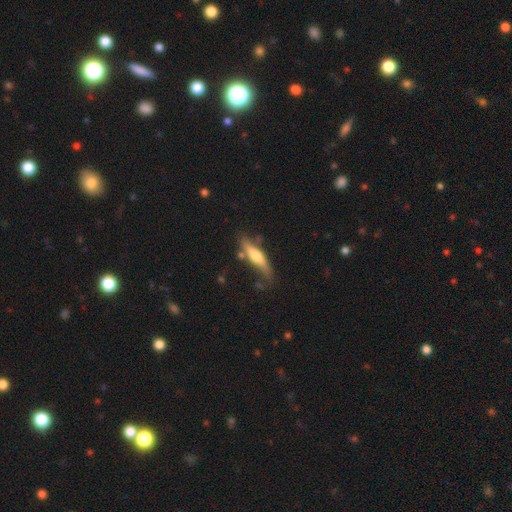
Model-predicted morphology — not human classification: Q: Smooth or featured?
A: featured or disk (51%); runner-up: smooth (44%)
Q: Edge-on disk?
A: yes (83%); runner-up: no (17%)
Q: Merging?
A: none (64%); runner-up: minor disturbance (22%)